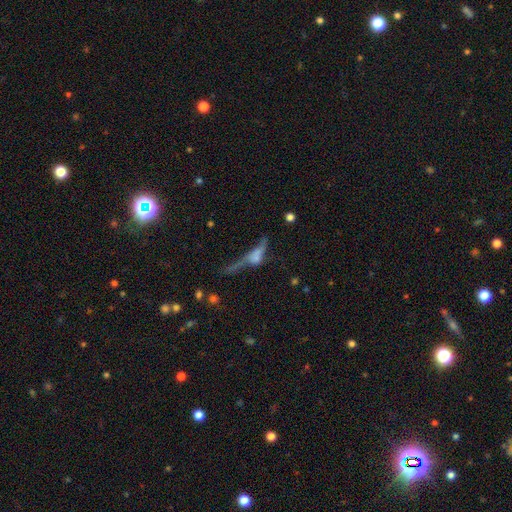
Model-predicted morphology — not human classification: Smooth or featured?
  - featured or disk: 46% *
  - smooth: 38%
  - star or artifact: 16%
Merging?
  - merger: 31% *
  - major disturbance: 30%
  - none: 25%
  - minor disturbance: 15%